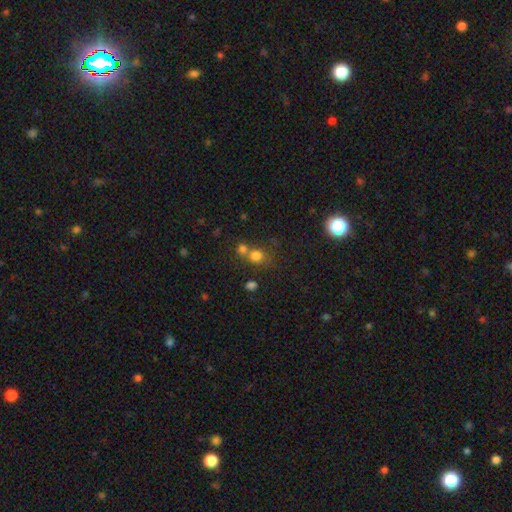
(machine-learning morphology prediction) smooth-or-featured: smooth: 75% | star or artifact: 17% | featured or disk: 8%
  how-rounded: round: 74% | in between: 25% | cigar-shaped: 1%
  merging: none: 45% | merger: 42% | minor disturbance: 8% | major disturbance: 5%